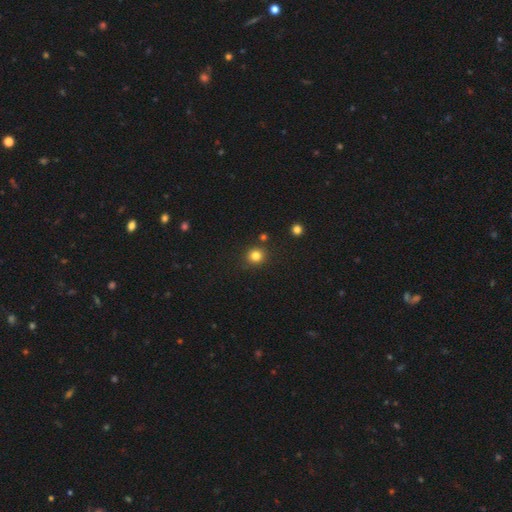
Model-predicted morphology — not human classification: This is clearly a smooth galaxy (82%). How rounded: clearly round (90%). Merging: clearly none (86%).